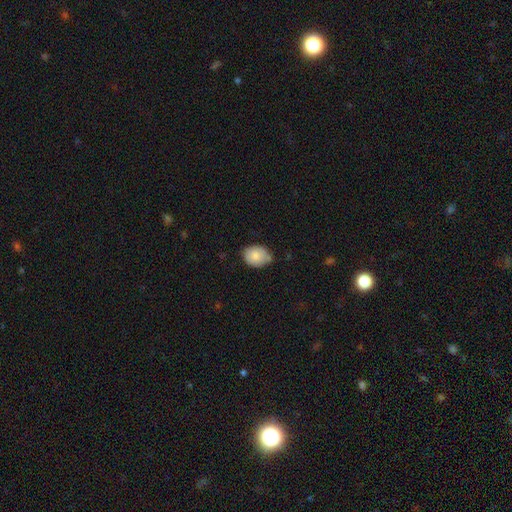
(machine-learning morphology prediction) Smooth or featured? smooth (83%)
How rounded? in between (63%)
Merging? none (64%)